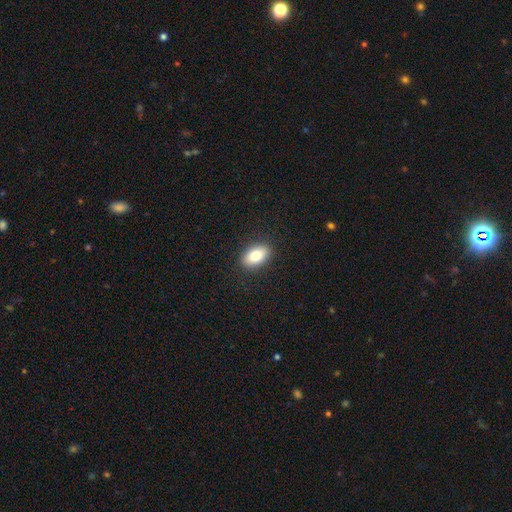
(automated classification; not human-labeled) Morphology: type=smooth (80%); roundness=in between (90%); merging=none (89%).